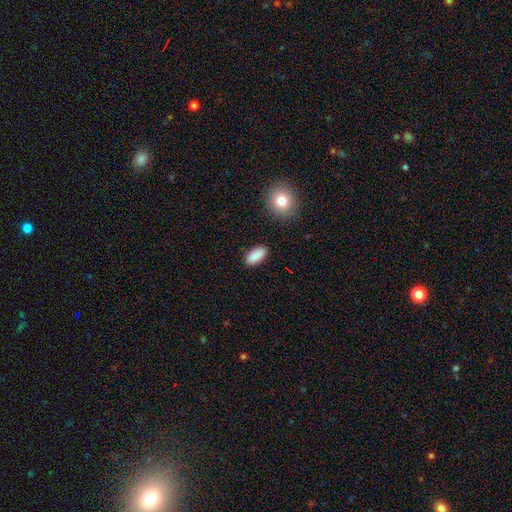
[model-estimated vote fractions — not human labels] Smooth or featured?
  - smooth: 89% *
  - star or artifact: 7%
  - featured or disk: 4%
How rounded?
  - in between: 90% *
  - cigar-shaped: 7%
  - round: 3%
Merging?
  - none: 87% *
  - minor disturbance: 9%
  - major disturbance: 2%
  - merger: 2%